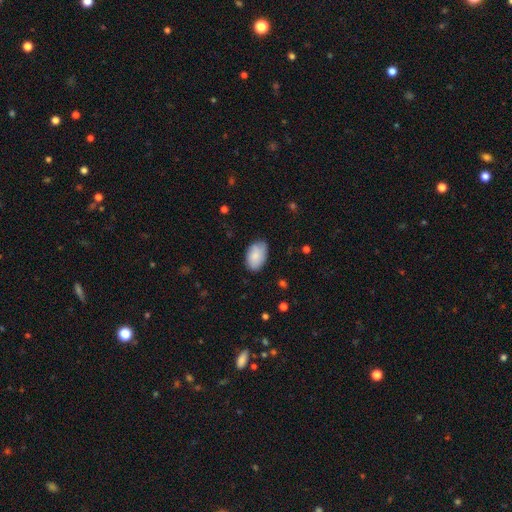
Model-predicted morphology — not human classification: smooth_or_featured: smooth (p=0.83) [alt: featured or disk p=0.11]
how_rounded: in between (p=0.92) [alt: round p=0.07]
merging: none (p=0.74) [alt: minor disturbance p=0.21]